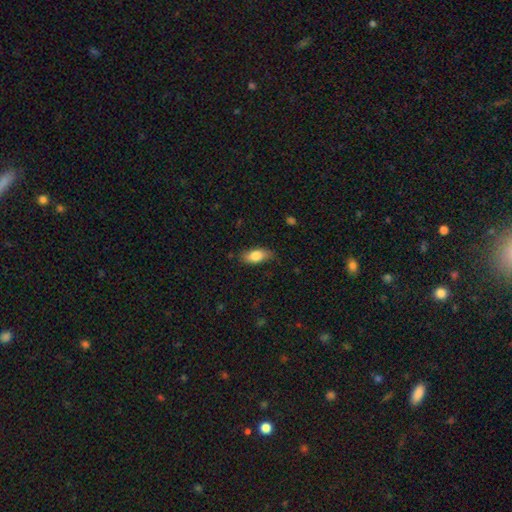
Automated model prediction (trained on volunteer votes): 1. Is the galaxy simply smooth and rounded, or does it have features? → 81% smooth, 12% featured or disk, 7% star or artifact.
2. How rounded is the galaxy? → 86% in between, 11% cigar-shaped, 4% round.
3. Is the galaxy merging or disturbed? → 77% none, 19% minor disturbance, 4% major disturbance, 1% merger.